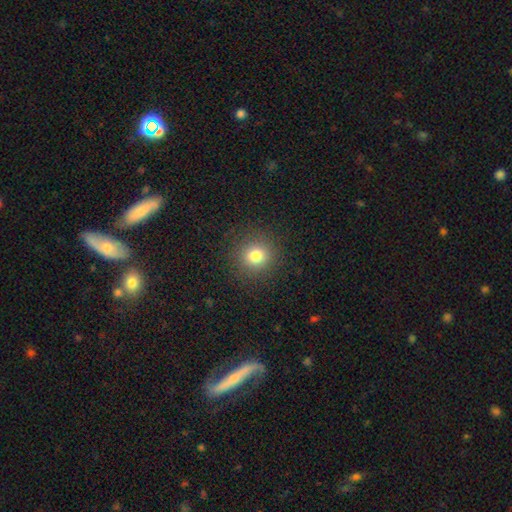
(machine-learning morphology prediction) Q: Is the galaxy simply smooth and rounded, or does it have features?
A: smooth — 78%.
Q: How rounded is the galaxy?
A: round — 91%.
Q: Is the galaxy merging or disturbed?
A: none — 90%.